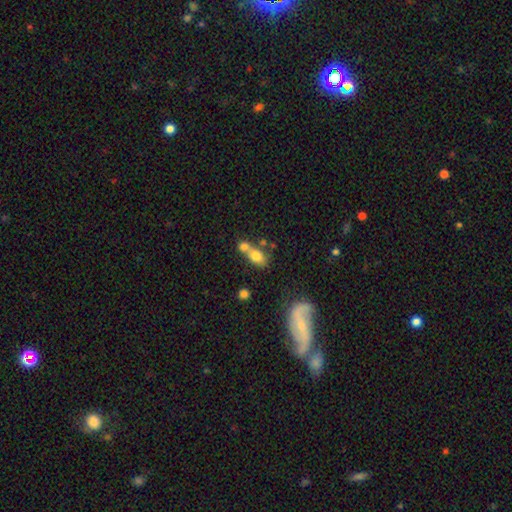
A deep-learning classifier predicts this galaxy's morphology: Smooth or featured?
  - smooth: 74% *
  - featured or disk: 16%
  - star or artifact: 10%
How rounded?
  - in between: 73% *
  - round: 21%
  - cigar-shaped: 5%
Merging?
  - merger: 58% *
  - none: 28%
  - minor disturbance: 9%
  - major disturbance: 5%